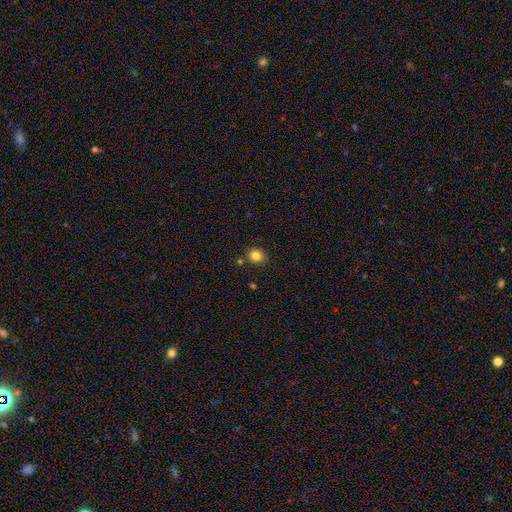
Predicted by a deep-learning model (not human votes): smooth_or_featured: smooth (p=0.83) [alt: star or artifact p=0.12]
how_rounded: round (p=0.70) [alt: in between p=0.29]
merging: none (p=0.82) [alt: minor disturbance p=0.10]